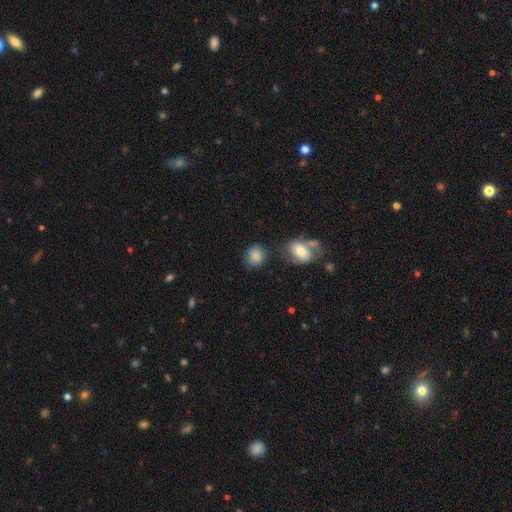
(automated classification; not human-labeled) A smooth galaxy with no disk features (85%) that is round (70%).

Vote fractions:
- Smooth or featured? smooth: 85% / star or artifact: 8% / featured or disk: 7%
- How rounded? round: 70% / in between: 29% / cigar-shaped: 1%
- Merging? none: 68% / minor disturbance: 17% / merger: 9% / major disturbance: 6%